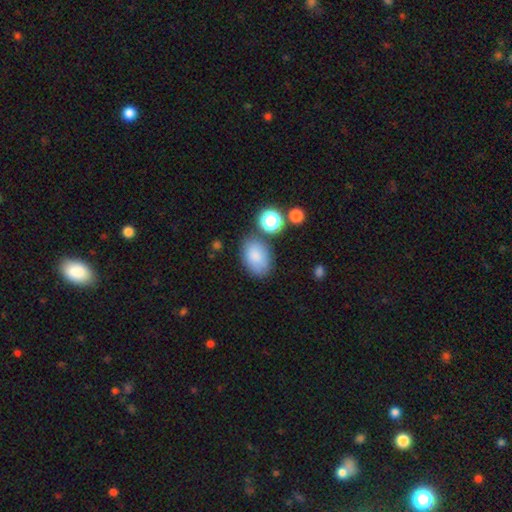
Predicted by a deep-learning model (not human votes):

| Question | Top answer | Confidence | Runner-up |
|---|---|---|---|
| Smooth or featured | smooth | 82% | star or artifact (9%) |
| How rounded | in between | 87% | round (12%) |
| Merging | none | 71% | minor disturbance (15%) |